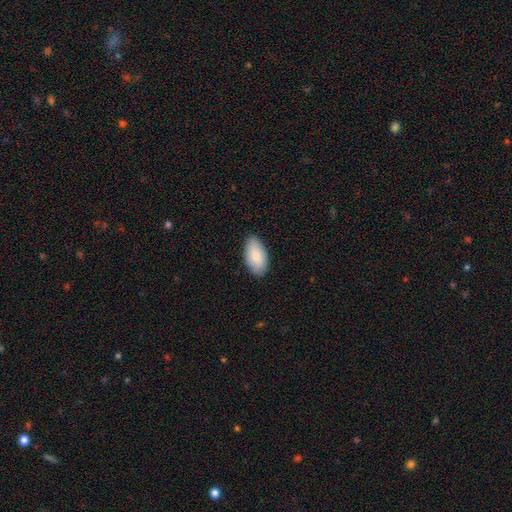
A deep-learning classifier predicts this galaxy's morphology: A smooth galaxy with no disk features (86%) that is in between round and cigar-shaped (95%). Merging: none (85%).